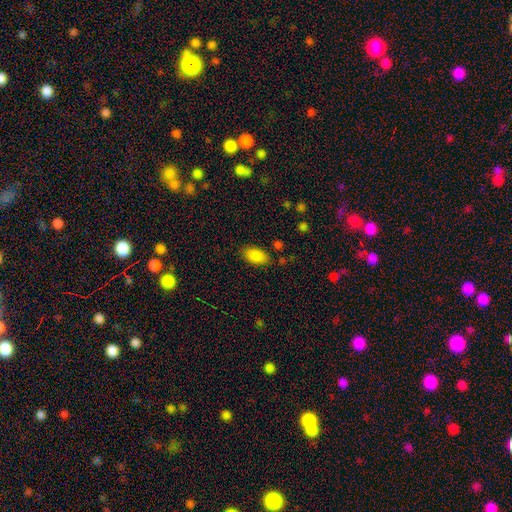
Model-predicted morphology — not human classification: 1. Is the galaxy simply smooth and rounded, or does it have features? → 87% smooth, 8% star or artifact, 5% featured or disk.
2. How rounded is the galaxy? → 93% in between, 4% cigar-shaped, 3% round.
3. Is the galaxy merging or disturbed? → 81% none, 13% minor disturbance, 4% major disturbance, 2% merger.